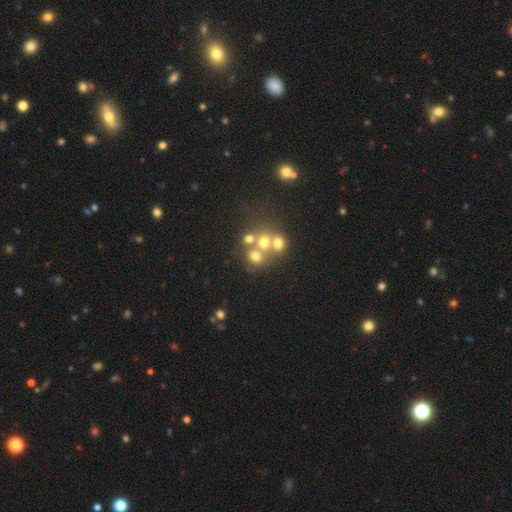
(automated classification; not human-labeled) This is possibly a smooth galaxy (60%). How rounded: likely round (79%). Merging: possibly merger (46%).